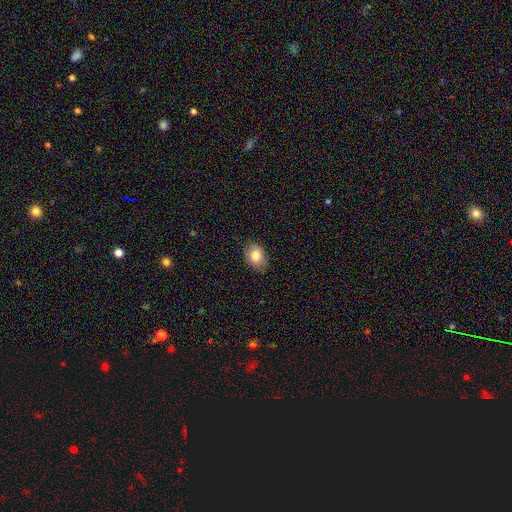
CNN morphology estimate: Smooth or featured?
  - smooth: 82% *
  - featured or disk: 10%
  - star or artifact: 8%
How rounded?
  - in between: 74% *
  - round: 25%
  - cigar-shaped: 1%
Merging?
  - none: 85% *
  - minor disturbance: 12%
  - major disturbance: 2%
  - merger: 1%